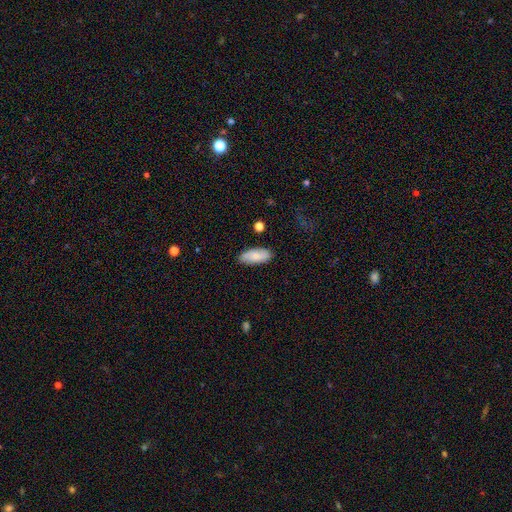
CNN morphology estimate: Smooth or featured: smooth — 79% (featured or disk — 15%)
How rounded: in between — 84% (cigar-shaped — 14%)
Merging: none — 85% (minor disturbance — 12%)